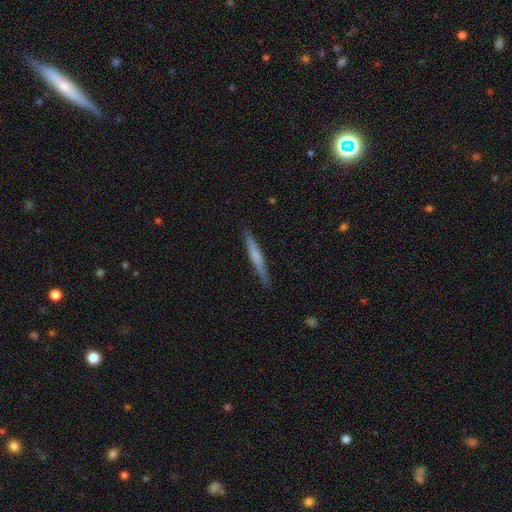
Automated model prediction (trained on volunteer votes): smooth-or-featured: smooth: 53% | featured or disk: 42% | star or artifact: 6%
  how-rounded: cigar-shaped: 96% | in between: 3% | round: 1%
  merging: none: 87% | minor disturbance: 10% | major disturbance: 2% | merger: 1%